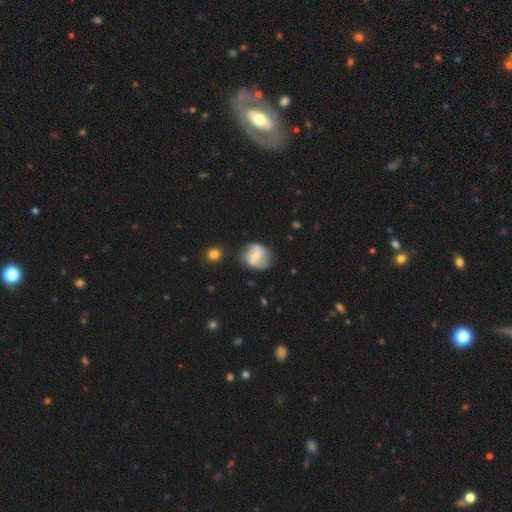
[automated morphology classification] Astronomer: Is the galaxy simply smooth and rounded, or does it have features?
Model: featured or disk — 64%.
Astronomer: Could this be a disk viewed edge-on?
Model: no — 97%.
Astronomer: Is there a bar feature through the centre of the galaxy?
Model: weak — 48% (runner-up: no, 32%).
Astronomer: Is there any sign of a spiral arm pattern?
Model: yes — 86%.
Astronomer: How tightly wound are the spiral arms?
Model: loose — 45% (runner-up: medium, 40%).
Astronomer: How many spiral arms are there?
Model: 2 — 86%.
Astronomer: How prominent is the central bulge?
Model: moderate — 45% (runner-up: small, 44%).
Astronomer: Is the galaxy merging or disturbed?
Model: none — 72%.